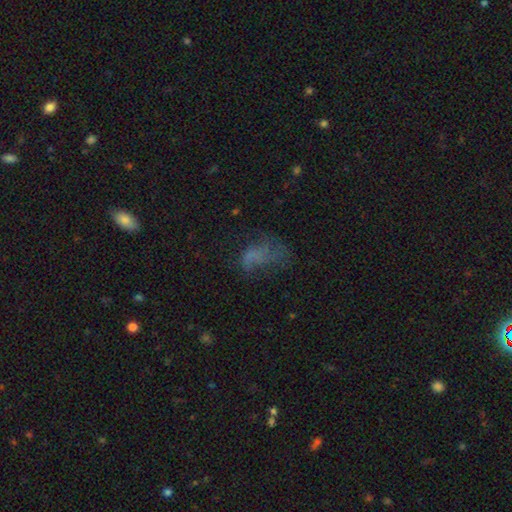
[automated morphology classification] type=smooth (42%); merging=major disturbance (41%).